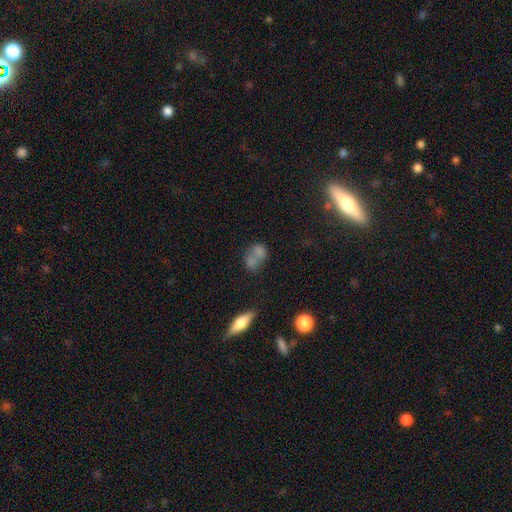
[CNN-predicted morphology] smooth 65%, featured or disk 21%, star or artifact 15%. Down the decision tree: how rounded — in between (59%); merging — merger (48%).